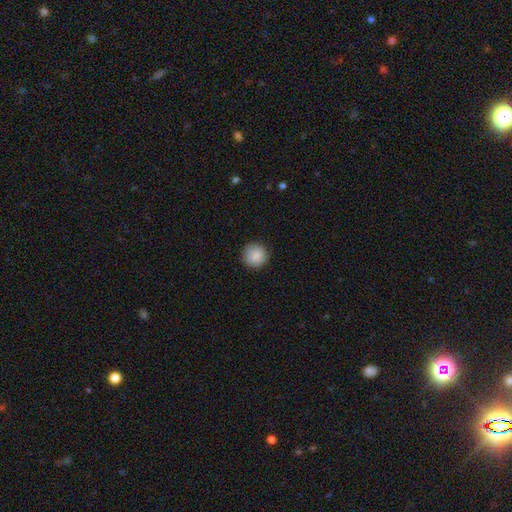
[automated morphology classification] The model was most divided on "smooth or featured": smooth: 88%, star or artifact: 8%, featured or disk: 4%. More confident: how rounded — round (95%); merging — none (92%).